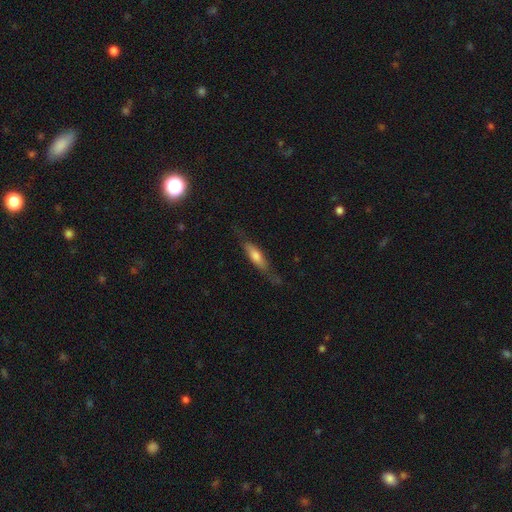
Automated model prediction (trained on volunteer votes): Overall: smooth (57%; featured or disk 37%). How rounded: cigar-shaped (69%; in between 29%). Merging: none (67%).